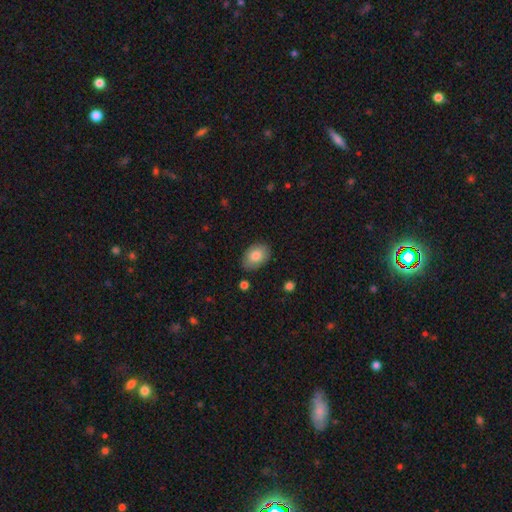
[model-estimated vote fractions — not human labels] This is clearly a smooth galaxy (83%). How rounded: clearly in between (85%). Merging: clearly none (82%).